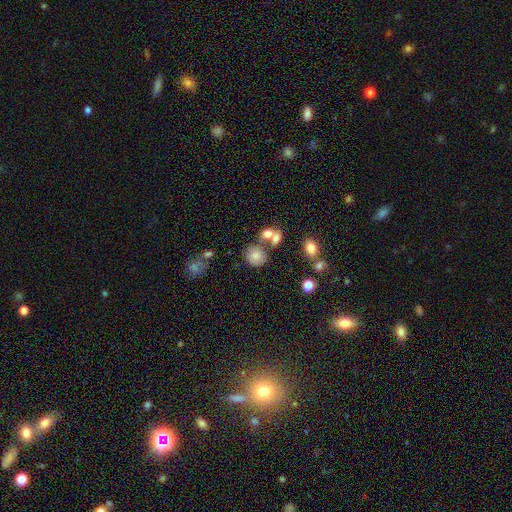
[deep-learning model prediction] This is likely a smooth galaxy (77%). How rounded: clearly round (80%). Merging: possibly none (59%).